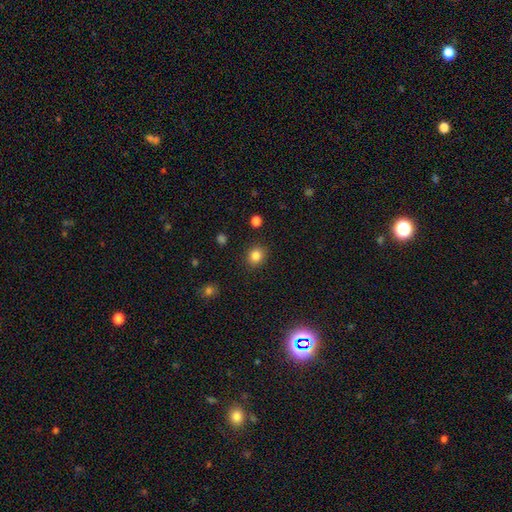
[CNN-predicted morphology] Smooth or featured?
  - smooth: 84% *
  - star or artifact: 11%
  - featured or disk: 5%
How rounded?
  - round: 74% *
  - in between: 25%
  - cigar-shaped: 1%
Merging?
  - none: 89% *
  - minor disturbance: 7%
  - major disturbance: 2%
  - merger: 2%